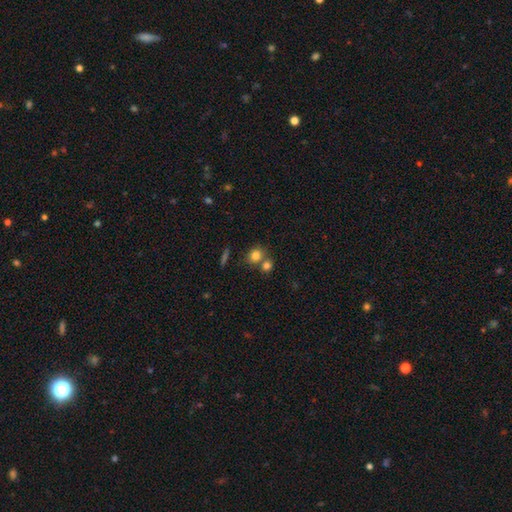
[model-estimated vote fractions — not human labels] Overall: smooth (79%). How rounded: round (74%). Merging: none (51%; merger 37%).